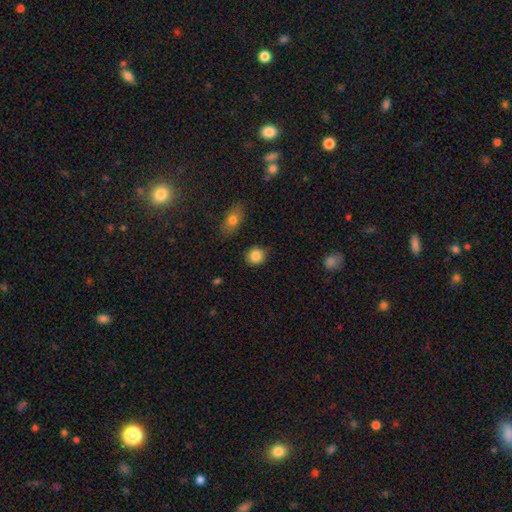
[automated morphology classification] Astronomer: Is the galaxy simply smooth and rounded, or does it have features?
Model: smooth — 86%.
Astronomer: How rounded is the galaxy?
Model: round — 75%.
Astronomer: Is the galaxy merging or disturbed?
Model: none — 85%.